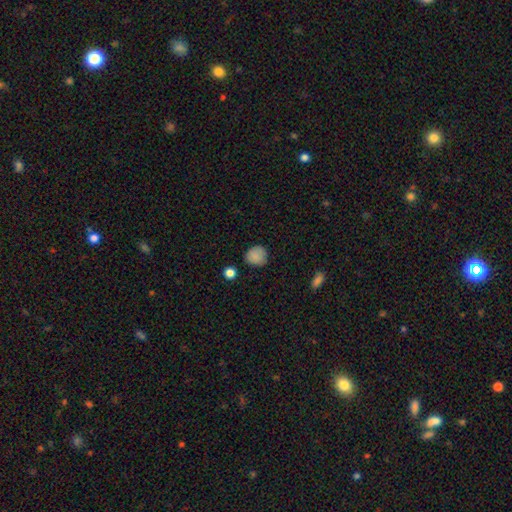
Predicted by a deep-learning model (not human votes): This is clearly a smooth galaxy (86%). How rounded: clearly round (83%). Merging: likely none (80%).